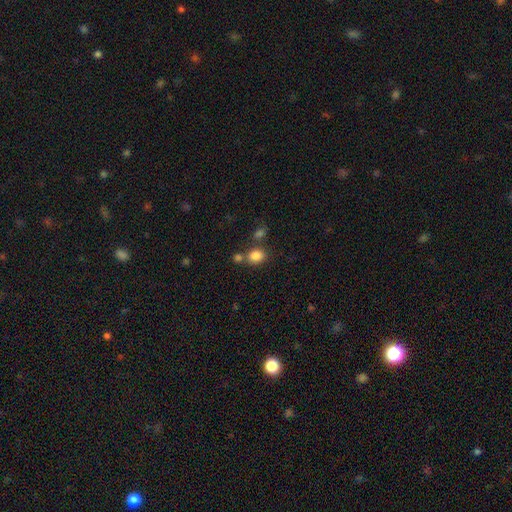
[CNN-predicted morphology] type=smooth (83%); roundness=in between (54%); merging=none (61%).